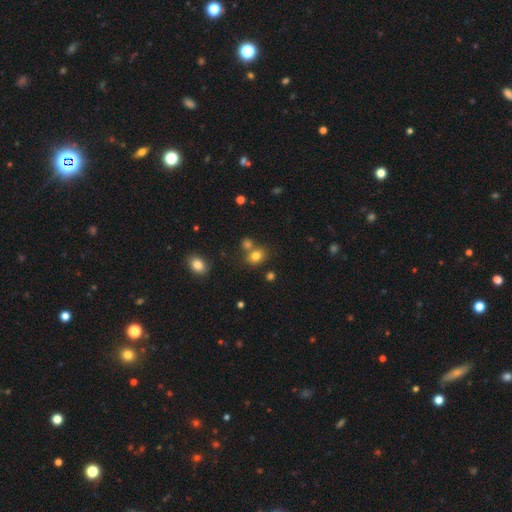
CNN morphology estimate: smooth-or-featured: smooth: 78% | star or artifact: 14% | featured or disk: 8%
  how-rounded: round: 50% | in between: 49% | cigar-shaped: 1%
  merging: none: 60% | merger: 24% | minor disturbance: 12% | major disturbance: 4%